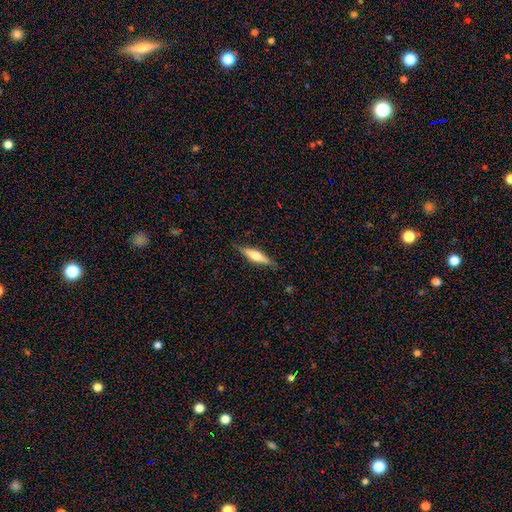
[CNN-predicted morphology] smooth_or_featured: smooth (p=0.48) [alt: featured or disk p=0.46]
merging: none (p=0.84) [alt: minor disturbance p=0.12]